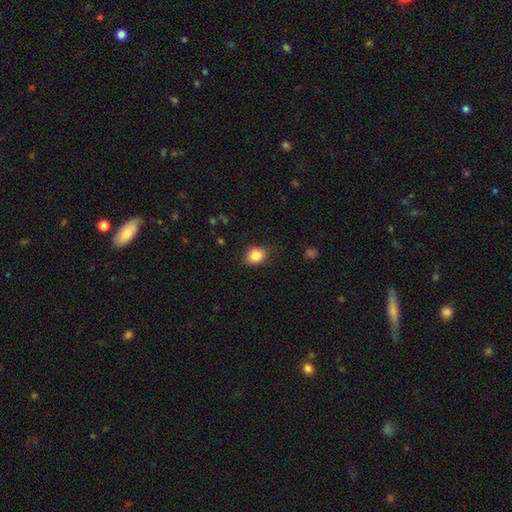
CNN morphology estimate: smooth 84%, star or artifact 9%, featured or disk 6%. Down the decision tree: how rounded — in between (55%); merging — none (77%).